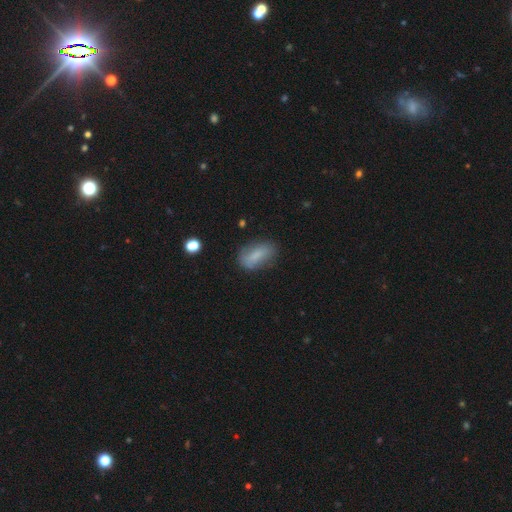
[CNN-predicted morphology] Smooth or featured? smooth (75%)
How rounded? in between (85%)
Merging? none (69%)